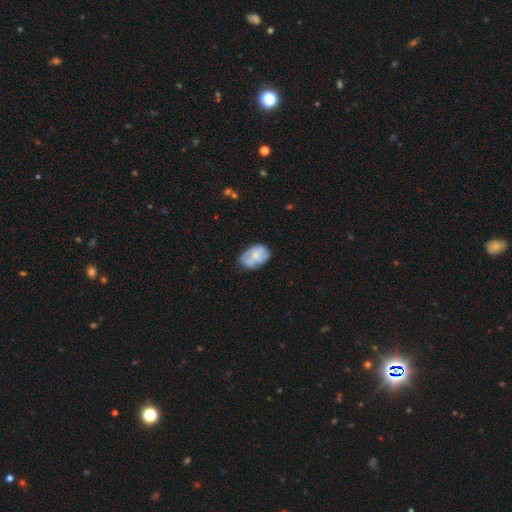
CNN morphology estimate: smooth 55%, featured or disk 38%, star or artifact 7%. Down the decision tree: how rounded — in between (81%); merging — none (58%).